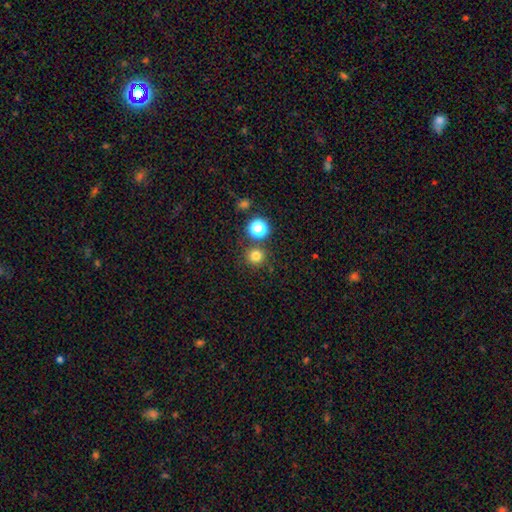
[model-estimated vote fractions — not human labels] Smooth or featured? Predicted: smooth (p=0.77). How rounded? Predicted: round (p=0.94). Merging? Predicted: none (p=0.82).